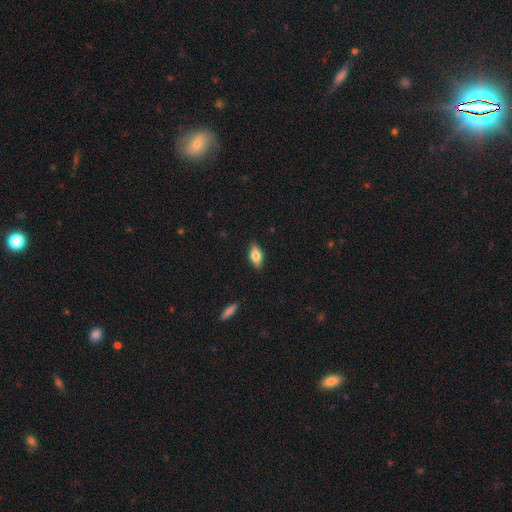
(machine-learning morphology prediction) Overall: smooth (73%). How rounded: in between (84%). Merging: none (87%).